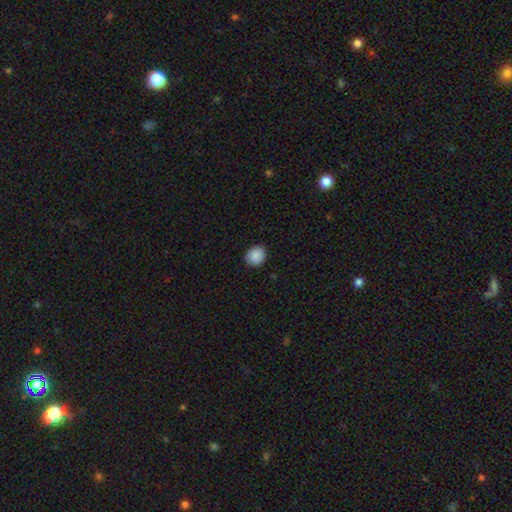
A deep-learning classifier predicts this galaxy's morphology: This appears to be a smooth galaxy with no disk features (89%) that is round (74%). Merging: none (88%).